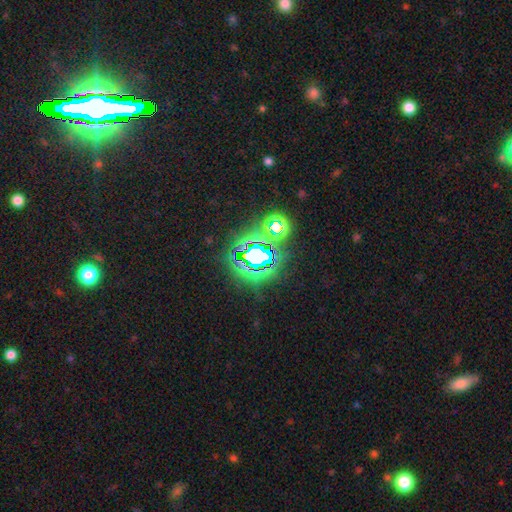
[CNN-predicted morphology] Smooth or featured? star or artifact (73%)